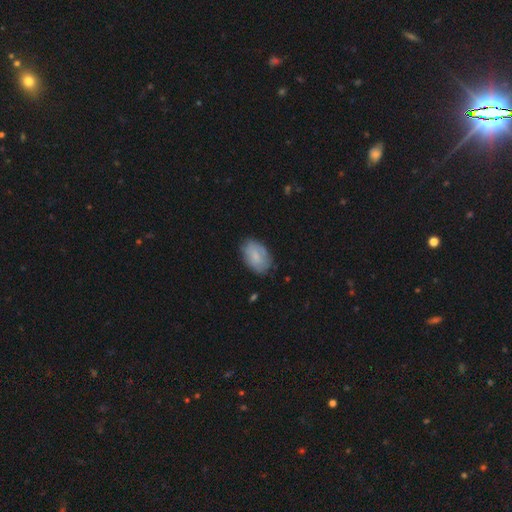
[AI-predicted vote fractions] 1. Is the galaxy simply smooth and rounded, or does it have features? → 70% smooth, 23% featured or disk, 7% star or artifact.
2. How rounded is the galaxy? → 90% in between, 8% round, 1% cigar-shaped.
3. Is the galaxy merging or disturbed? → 72% none, 21% minor disturbance, 5% major disturbance, 2% merger.